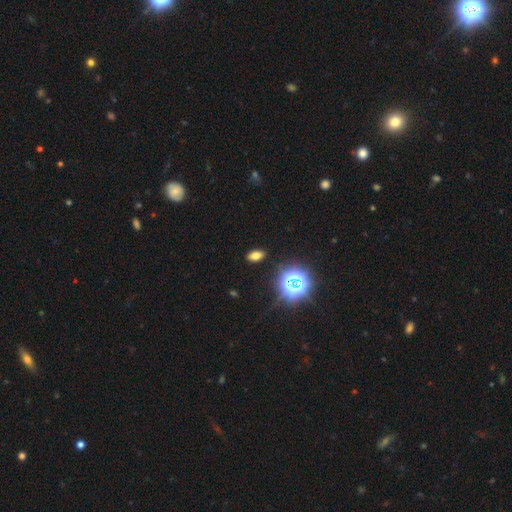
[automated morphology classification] A smooth galaxy with no disk features (64%) that is in between round and cigar-shaped (84%). Merging: none (89%).